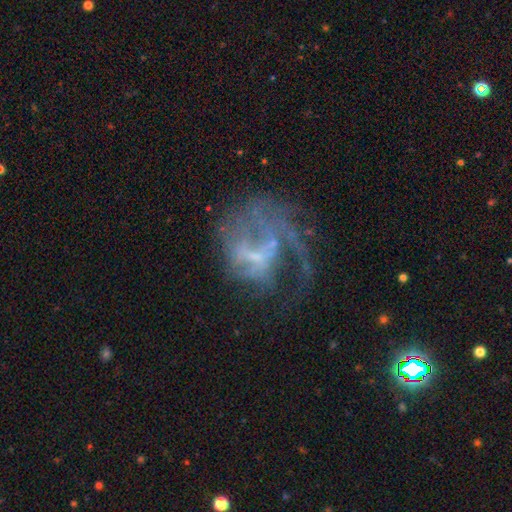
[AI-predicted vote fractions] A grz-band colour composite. It shows a featured or disk galaxy (71%) with no bar (57%), spiral arms (54%) and no central bulge (44%). Merging: major disturbance (49%).